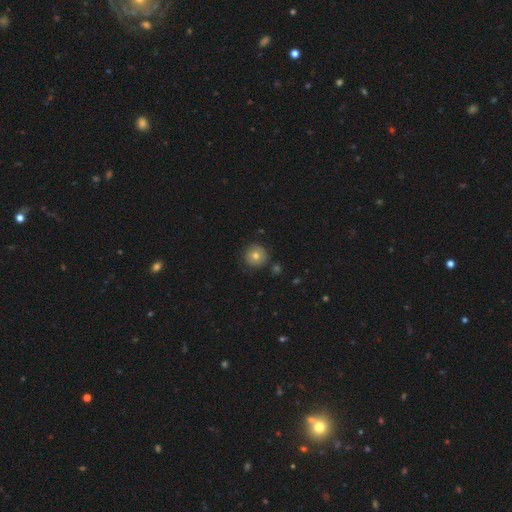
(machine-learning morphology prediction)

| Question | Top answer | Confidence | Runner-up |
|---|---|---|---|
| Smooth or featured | smooth | 74% | featured or disk (15%) |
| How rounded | round | 95% | in between (4%) |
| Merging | none | 86% | minor disturbance (9%) |